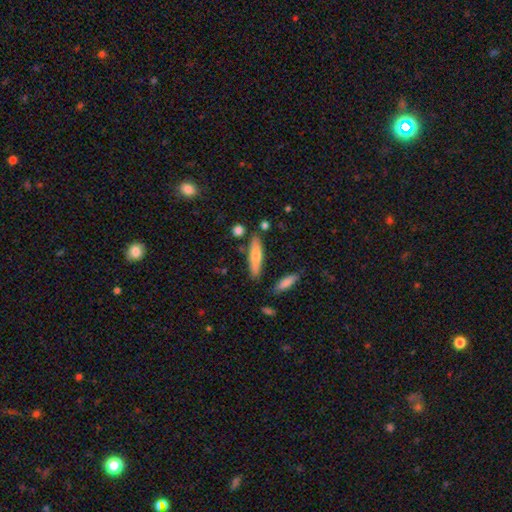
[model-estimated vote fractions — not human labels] Q: Smooth or featured?
A: smooth (67%); runner-up: featured or disk (27%)
Q: How rounded?
A: cigar-shaped (70%); runner-up: in between (28%)
Q: Merging?
A: none (79%); runner-up: minor disturbance (13%)